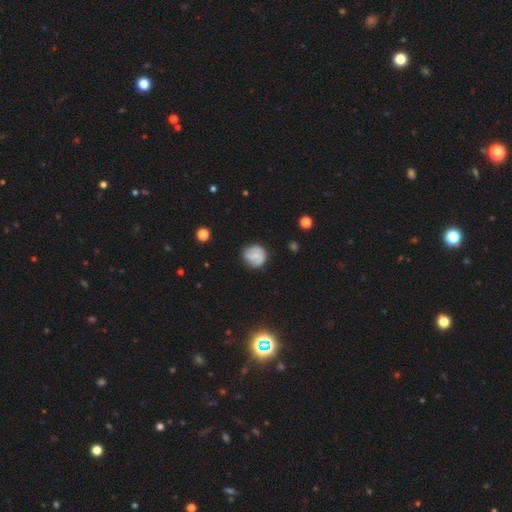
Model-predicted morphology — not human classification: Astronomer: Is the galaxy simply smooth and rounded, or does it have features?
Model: smooth — 57% (runner-up: featured or disk, 35%).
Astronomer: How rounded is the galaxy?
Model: round — 87%.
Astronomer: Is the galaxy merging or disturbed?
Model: none — 75%.